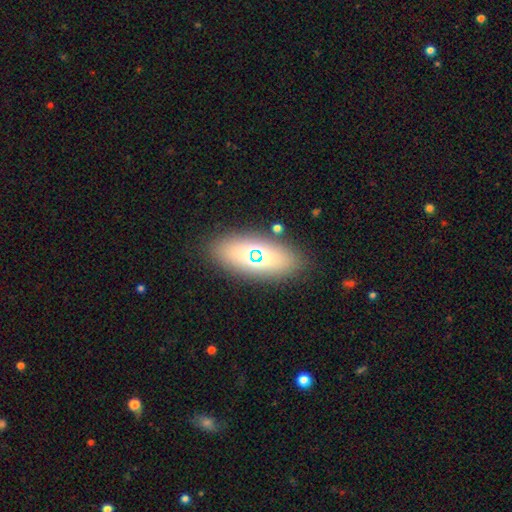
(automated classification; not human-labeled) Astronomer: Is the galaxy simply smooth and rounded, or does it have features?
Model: smooth — 60%.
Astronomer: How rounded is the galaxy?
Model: in between — 85%.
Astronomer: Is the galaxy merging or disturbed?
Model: none — 86%.